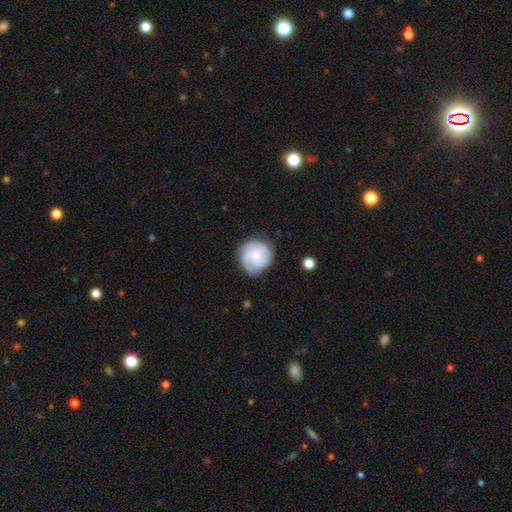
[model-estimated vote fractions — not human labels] smooth_or_featured: featured or disk (p=0.69) [alt: smooth p=0.25]
disk_edge_on: no (p=0.98) [alt: yes p=0.02]
bar: no (p=0.71) [alt: weak p=0.26]
has_spiral_arms: yes (p=0.95) [alt: no p=0.05]
spiral_winding: tight (p=0.58) [alt: medium p=0.33]
spiral_arm_count: 3 (p=0.47) [alt: can't tell p=0.19]
bulge_size: small (p=0.53) [alt: moderate p=0.32]
merging: none (p=0.75) [alt: minor disturbance p=0.17]